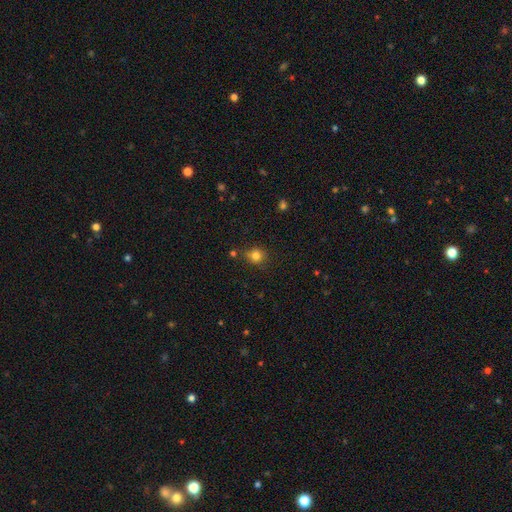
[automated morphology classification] smooth 80%, star or artifact 13%, featured or disk 6%. Down the decision tree: how rounded — round (82%); merging — none (76%).